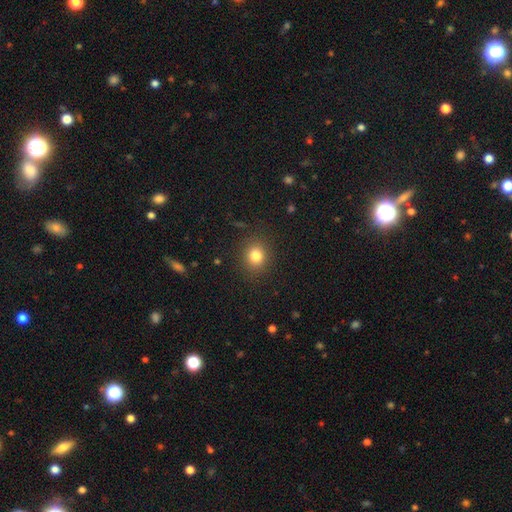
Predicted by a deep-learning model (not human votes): Smooth or featured?
  - smooth: 81% *
  - star or artifact: 12%
  - featured or disk: 7%
How rounded?
  - round: 76% *
  - in between: 23%
  - cigar-shaped: 1%
Merging?
  - none: 88% *
  - minor disturbance: 8%
  - major disturbance: 3%
  - merger: 1%